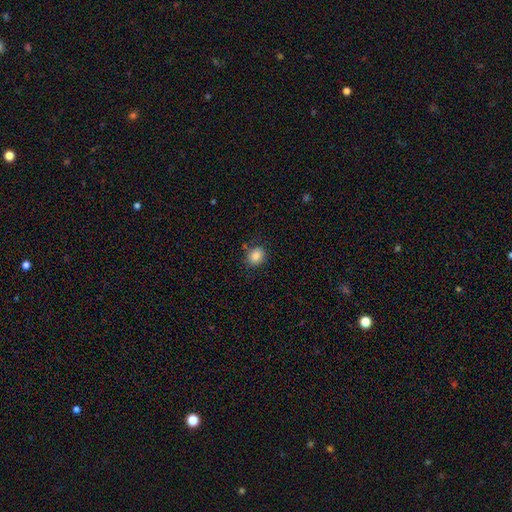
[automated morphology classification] smooth 85%, star or artifact 10%, featured or disk 5%. Down the decision tree: how rounded — round (65%); merging — none (78%).